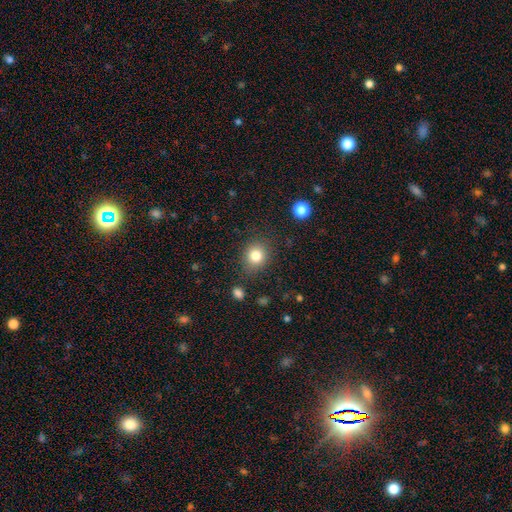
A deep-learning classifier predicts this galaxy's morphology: smooth-or-featured: smooth: 81% | star or artifact: 12% | featured or disk: 8%
  how-rounded: round: 72% | in between: 27% | cigar-shaped: 1%
  merging: none: 83% | minor disturbance: 11% | major disturbance: 4% | merger: 2%